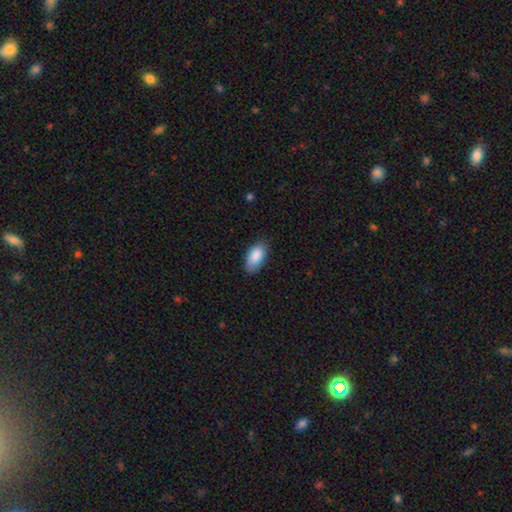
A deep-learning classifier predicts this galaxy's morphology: Smooth or featured?
  - smooth: 88% *
  - star or artifact: 6%
  - featured or disk: 6%
How rounded?
  - in between: 93% *
  - cigar-shaped: 4%
  - round: 3%
Merging?
  - none: 79% *
  - minor disturbance: 17%
  - major disturbance: 3%
  - merger: 1%